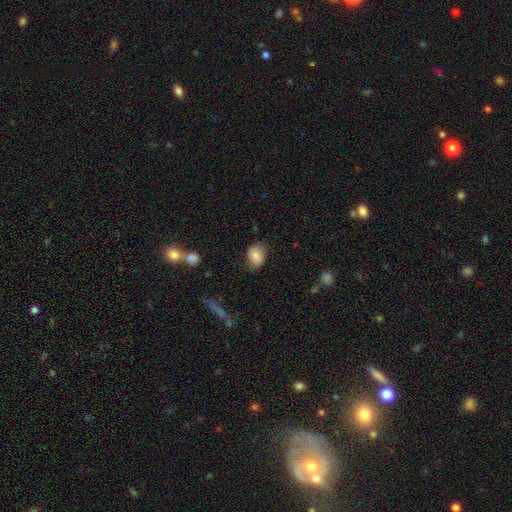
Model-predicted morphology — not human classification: Smooth or featured?
  - smooth: 79% *
  - featured or disk: 13%
  - star or artifact: 8%
How rounded?
  - in between: 68% *
  - round: 30%
  - cigar-shaped: 1%
Merging?
  - none: 64% *
  - minor disturbance: 28%
  - major disturbance: 7%
  - merger: 2%